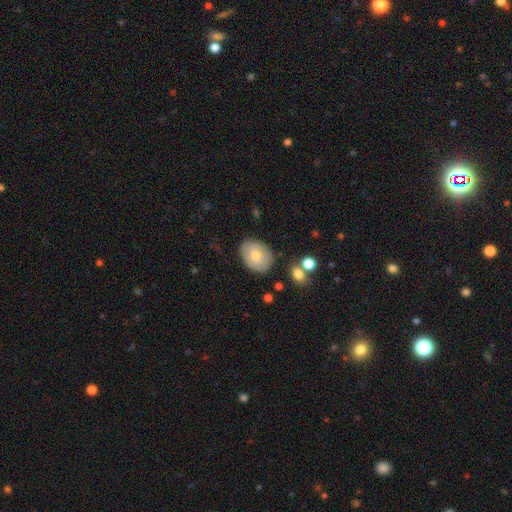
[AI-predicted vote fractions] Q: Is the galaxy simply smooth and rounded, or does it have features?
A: smooth — 68%.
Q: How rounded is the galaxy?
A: in between — 68%.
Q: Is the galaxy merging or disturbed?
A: none — 78%.